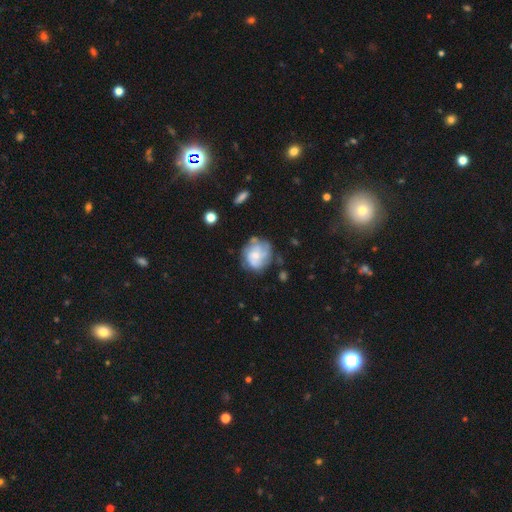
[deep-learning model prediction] A featured or disk galaxy (56%) with no bar (78%), spiral arms (69%) and a small central bulge (56%). Merging: none (60%).